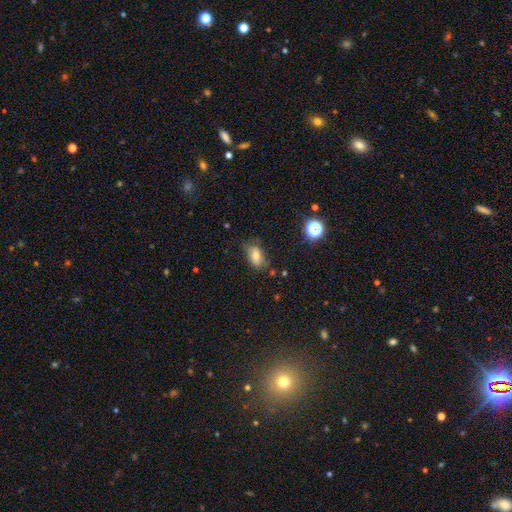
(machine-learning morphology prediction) Smooth or featured?
  - smooth: 69% *
  - featured or disk: 19%
  - star or artifact: 12%
How rounded?
  - in between: 87% *
  - round: 9%
  - cigar-shaped: 4%
Merging?
  - none: 64% *
  - minor disturbance: 26%
  - major disturbance: 8%
  - merger: 3%